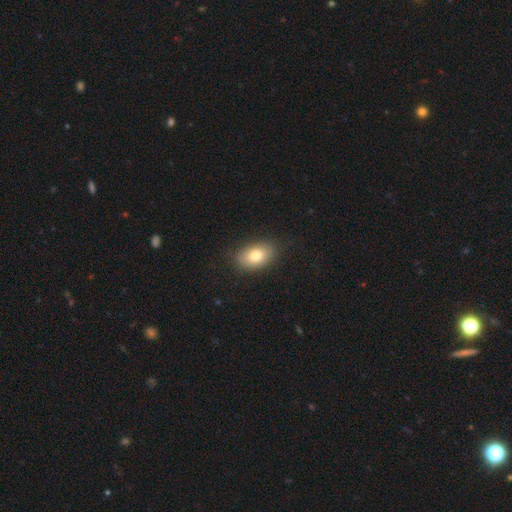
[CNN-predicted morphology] The model was most divided on "smooth or featured": smooth: 80%, featured or disk: 12%, star or artifact: 8%. More confident: how rounded — in between (88%); merging — none (85%).